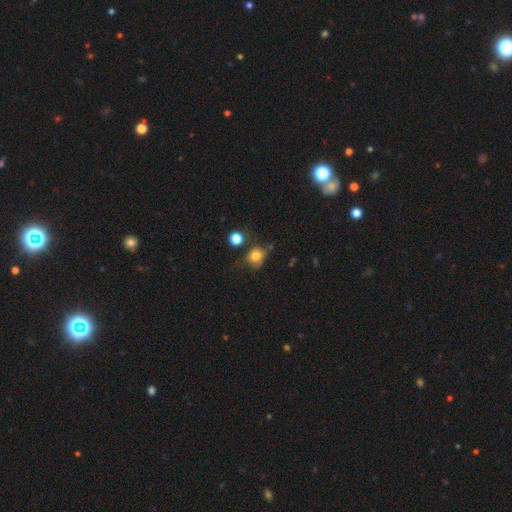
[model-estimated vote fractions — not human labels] Smooth or featured: smooth — 76% (star or artifact — 13%)
How rounded: round — 72% (in between — 27%)
Merging: none — 54% (minor disturbance — 25%)